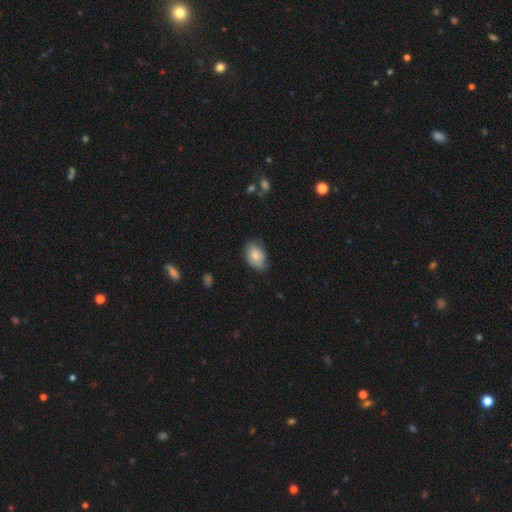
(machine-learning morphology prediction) smooth-or-featured: smooth: 81% | featured or disk: 12% | star or artifact: 7%
  how-rounded: in between: 82% | round: 16% | cigar-shaped: 1%
  merging: none: 69% | minor disturbance: 25% | major disturbance: 4% | merger: 1%